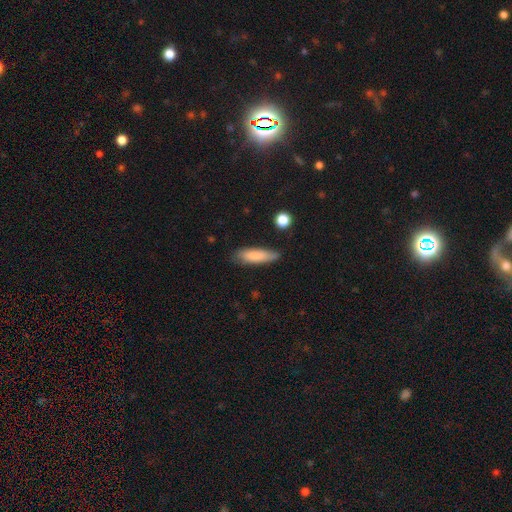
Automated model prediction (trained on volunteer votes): Smooth or featured?
  - smooth: 81% *
  - featured or disk: 12%
  - star or artifact: 6%
How rounded?
  - cigar-shaped: 63% *
  - in between: 36%
  - round: 2%
Merging?
  - none: 75% *
  - minor disturbance: 19%
  - major disturbance: 3%
  - merger: 2%